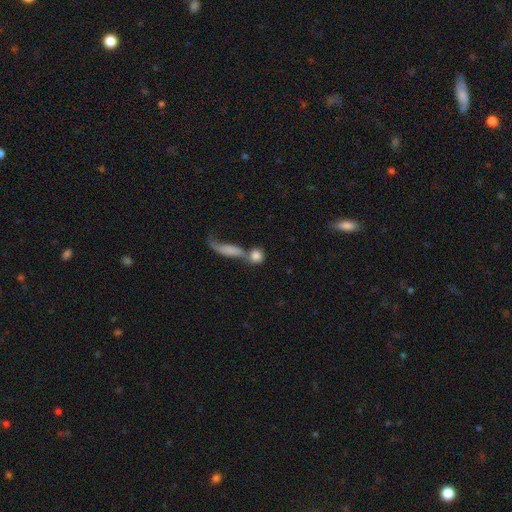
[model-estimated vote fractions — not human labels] The model was most divided on "merging": merger: 50%, none: 33%, major disturbance: 9%, minor disturbance: 9%. More confident: smooth or featured — smooth (78%); how rounded — round (74%).